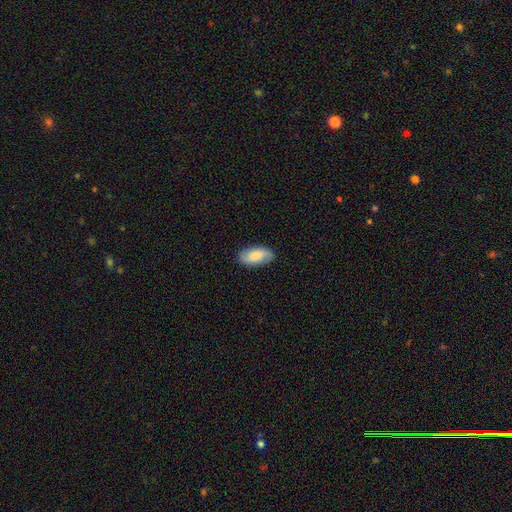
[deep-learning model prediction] Smooth or featured?
  - smooth: 75% *
  - featured or disk: 19%
  - star or artifact: 6%
How rounded?
  - in between: 94% *
  - cigar-shaped: 4%
  - round: 2%
Merging?
  - none: 85% *
  - minor disturbance: 11%
  - major disturbance: 2%
  - merger: 1%